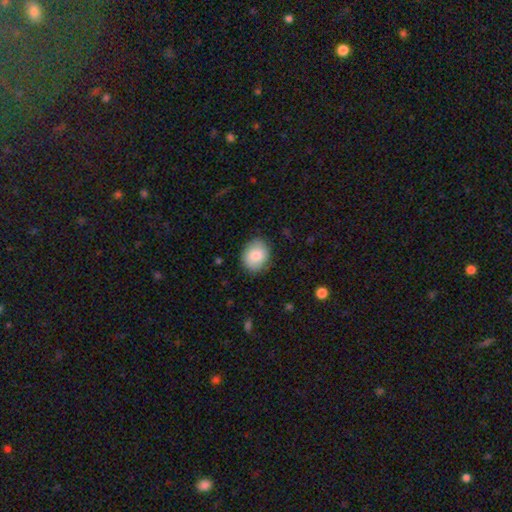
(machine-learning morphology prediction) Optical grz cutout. It shows a smooth galaxy with no disk features (79%) that is round (58%). Merging: none (83%).